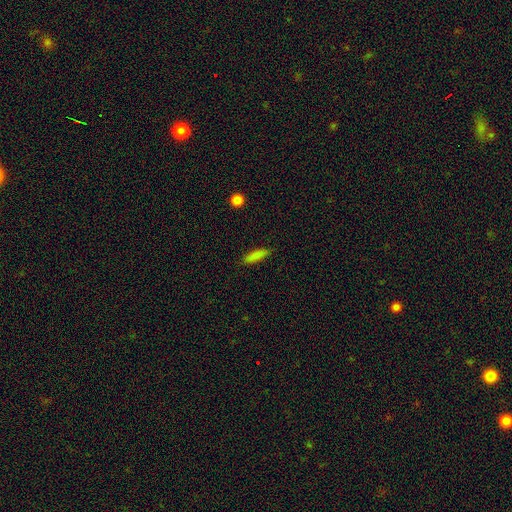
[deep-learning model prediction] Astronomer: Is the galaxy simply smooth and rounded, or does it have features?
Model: smooth — 83%.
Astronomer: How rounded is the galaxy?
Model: cigar-shaped — 66%.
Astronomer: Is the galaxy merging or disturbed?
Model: none — 84%.